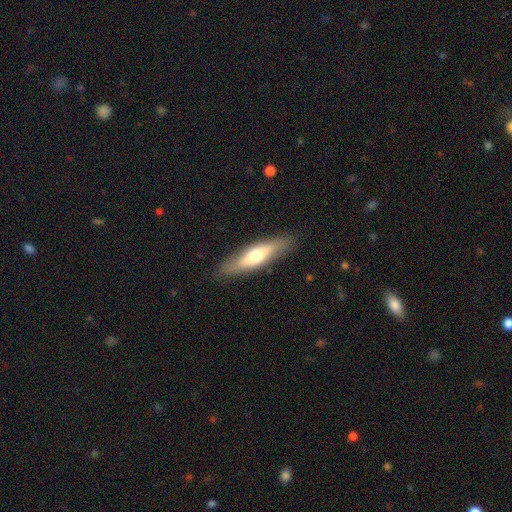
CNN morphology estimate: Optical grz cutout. It shows a smooth galaxy with no disk features (55%) that is cigar-shaped (70%). Merging: none (87%).